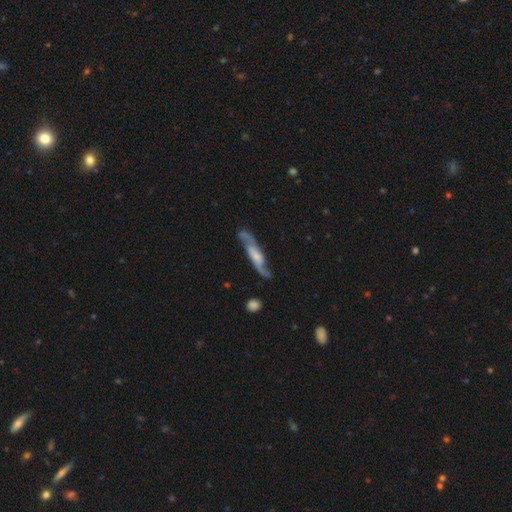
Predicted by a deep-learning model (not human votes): The model was most divided on "bar": no: 42%, weak: 38%, strong: 20%. Remaining: spiral arms — yes (94%); spiral arm count — 2 (89%); smooth or featured — featured or disk (79%); merging — none (72%); edge-on disk — no (72%); spiral winding — loose (44%); bulge size — small (37%).